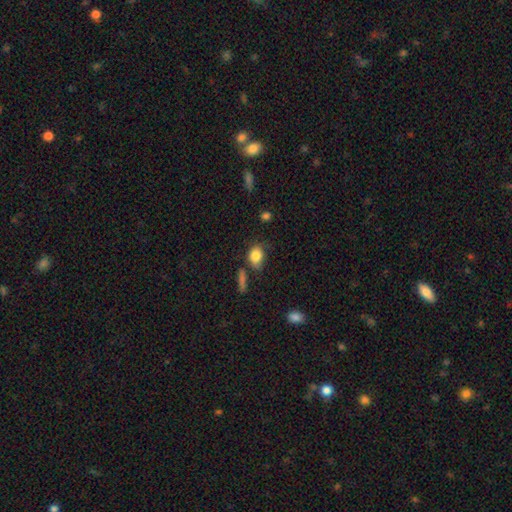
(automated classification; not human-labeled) The model was most divided on "how rounded": in between: 63%, round: 34%, cigar-shaped: 2%. More confident: smooth or featured — smooth (84%); merging — none (57%).